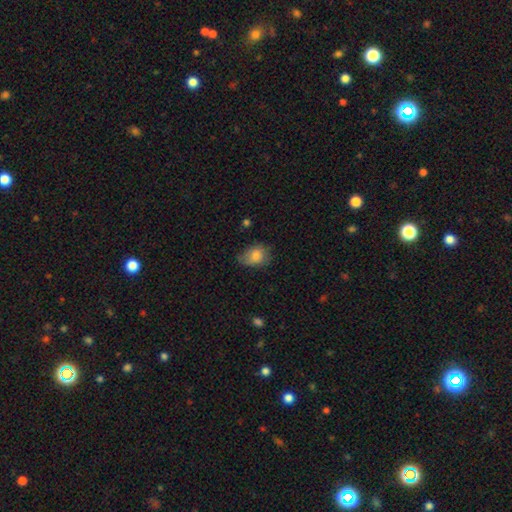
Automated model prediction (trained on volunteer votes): This appears to be a smooth galaxy with no disk features (81%) that is in between round and cigar-shaped (64%). Merging: none (54%).